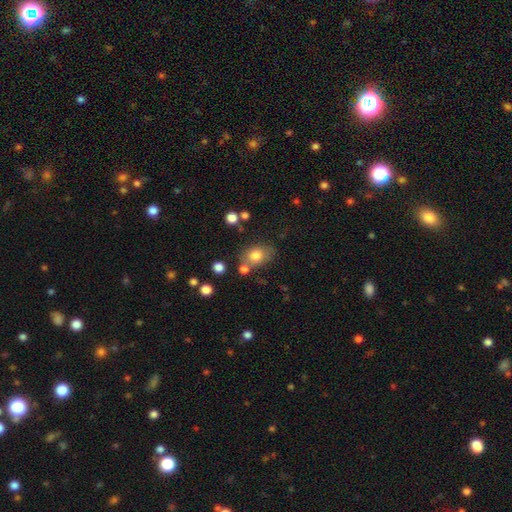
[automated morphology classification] This is likely a smooth galaxy (79%). How rounded: possibly in between (55%). Merging: likely none (63%).